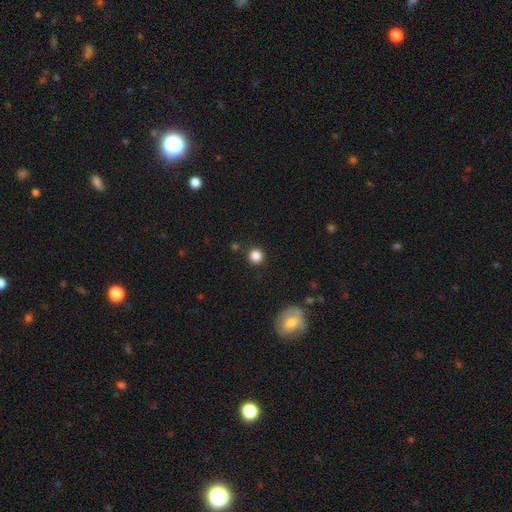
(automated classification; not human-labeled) This appears to be a smooth galaxy with no disk features (84%) that is round (93%). Merging: none (89%).